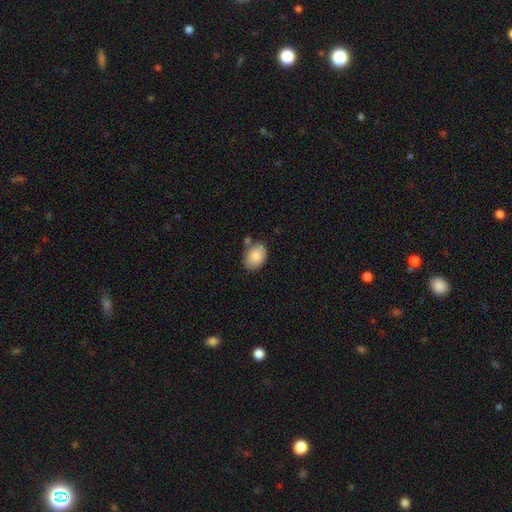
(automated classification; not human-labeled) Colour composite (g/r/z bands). It shows a smooth galaxy with no disk features (84%) that is in between round and cigar-shaped (81%). Merging: none (71%).